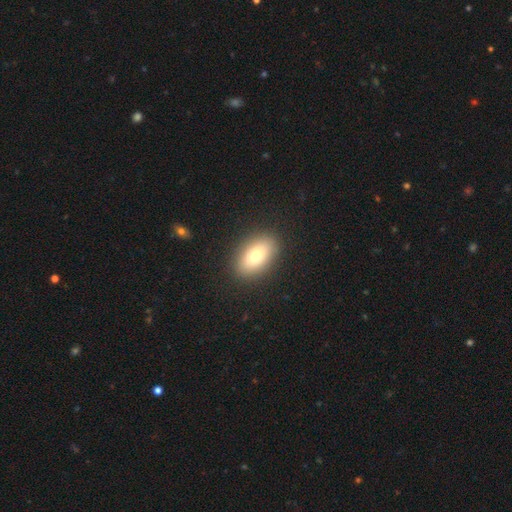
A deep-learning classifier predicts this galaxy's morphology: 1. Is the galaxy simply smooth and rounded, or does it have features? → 77% smooth, 15% featured or disk, 8% star or artifact.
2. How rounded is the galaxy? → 89% in between, 8% round, 3% cigar-shaped.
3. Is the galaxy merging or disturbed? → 88% none, 8% minor disturbance, 3% major disturbance, 1% merger.